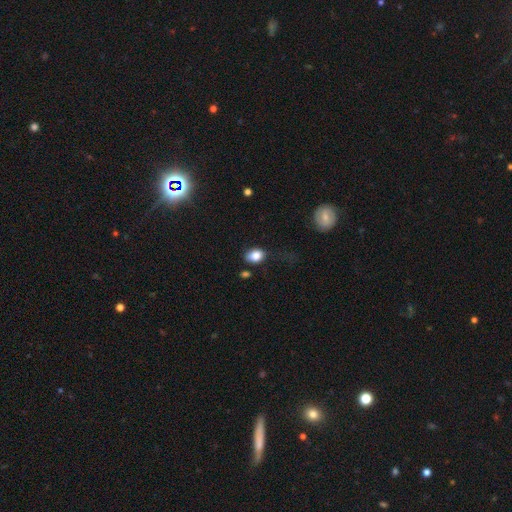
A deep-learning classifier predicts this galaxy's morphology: Smooth or featured? Predicted: smooth (p=0.84). How rounded? Predicted: in between (p=0.72). Merging? Predicted: none (p=0.65).